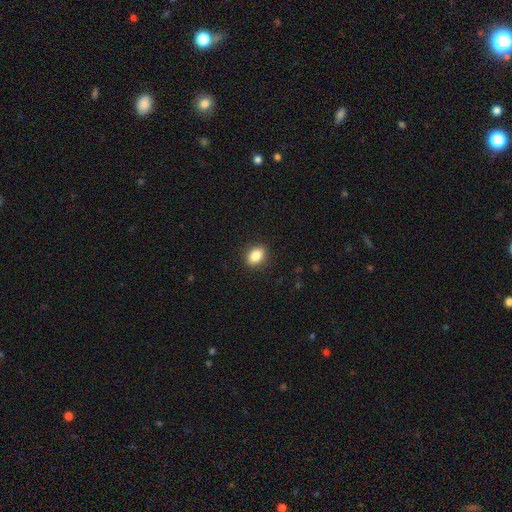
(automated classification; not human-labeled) Morphology: type=smooth (85%); roundness=in between (74%); merging=none (89%).